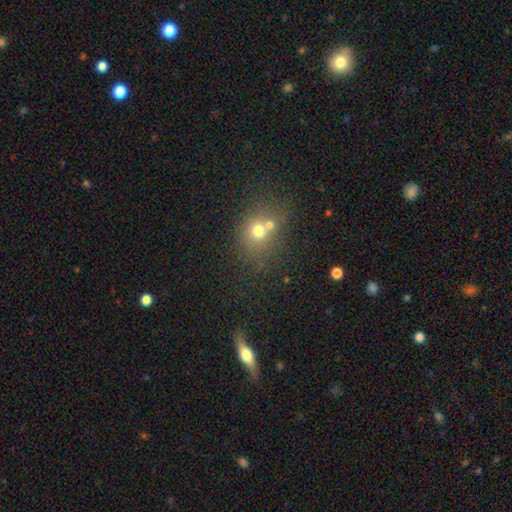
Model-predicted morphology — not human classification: smooth-or-featured: smooth: 55% | star or artifact: 30% | featured or disk: 14%
  how-rounded: round: 63% | in between: 35% | cigar-shaped: 2%
  merging: none: 61% | merger: 17% | minor disturbance: 15% | major disturbance: 7%